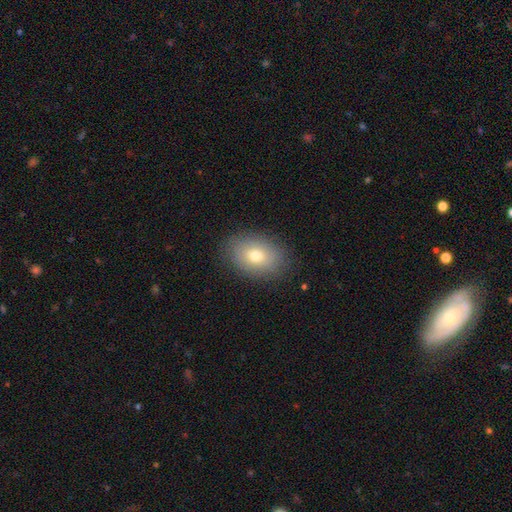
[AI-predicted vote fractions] A smooth galaxy with no disk features (75%) that is in between round and cigar-shaped (79%).

Vote fractions:
- Smooth or featured? smooth: 75% / featured or disk: 15% / star or artifact: 10%
- How rounded? in between: 79% / round: 20% / cigar-shaped: 1%
- Merging? none: 87% / minor disturbance: 9% / major disturbance: 3% / merger: 1%